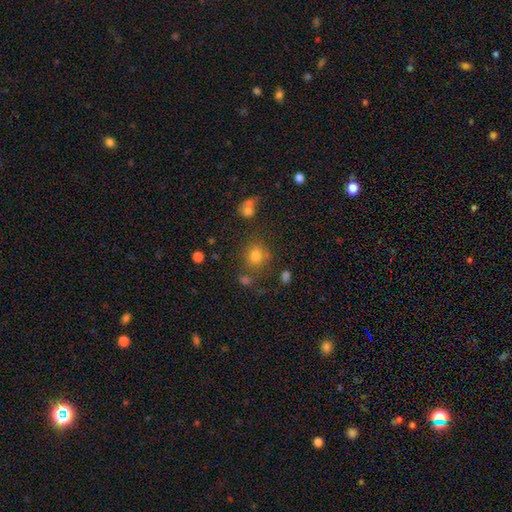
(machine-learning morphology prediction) This appears to be a smooth galaxy with no disk features (75%) that is round (82%). Merging: none (72%).